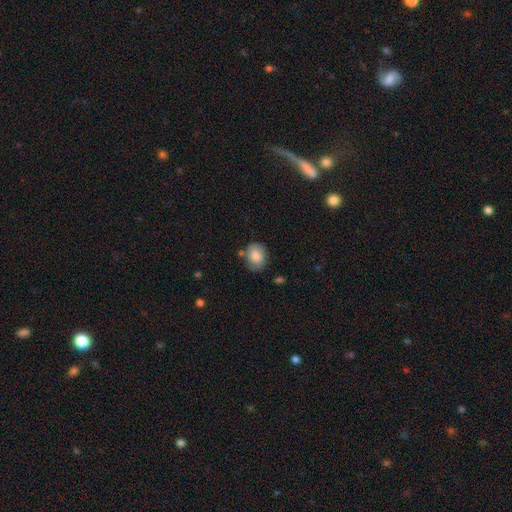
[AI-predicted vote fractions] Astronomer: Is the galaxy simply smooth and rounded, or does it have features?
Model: smooth — 81%.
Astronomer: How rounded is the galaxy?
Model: round — 50% (runner-up: in between, 49%).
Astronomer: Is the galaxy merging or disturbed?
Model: none — 71%.